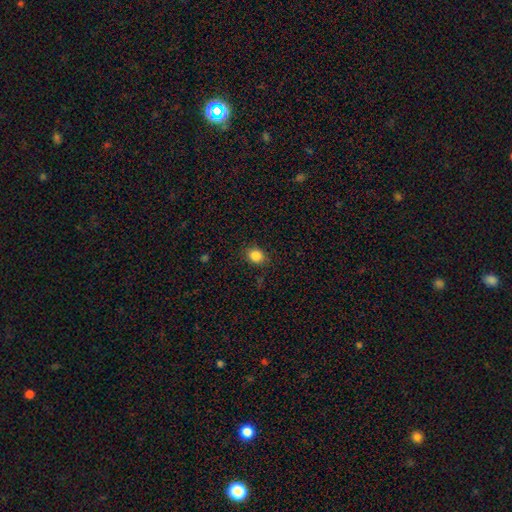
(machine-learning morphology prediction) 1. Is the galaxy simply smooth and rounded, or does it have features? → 85% smooth, 10% star or artifact, 4% featured or disk.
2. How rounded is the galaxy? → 58% round, 41% in between, 1% cigar-shaped.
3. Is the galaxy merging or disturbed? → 85% none, 11% minor disturbance, 3% major disturbance, 1% merger.